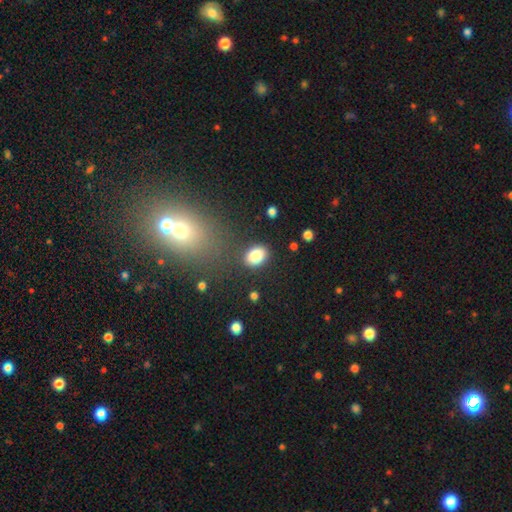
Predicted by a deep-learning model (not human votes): smooth_or_featured: smooth (p=0.84) [alt: star or artifact p=0.09]
how_rounded: in between (p=0.74) [alt: round p=0.25]
merging: none (p=0.85) [alt: minor disturbance p=0.09]